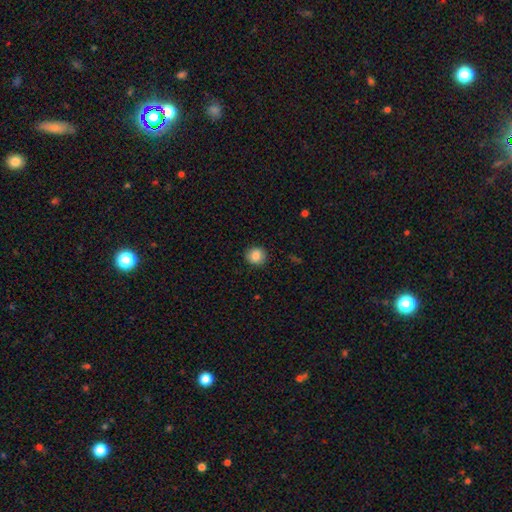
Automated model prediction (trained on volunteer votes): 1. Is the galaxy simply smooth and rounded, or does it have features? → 86% smooth, 9% star or artifact, 5% featured or disk.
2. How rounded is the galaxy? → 88% round, 11% in between, 1% cigar-shaped.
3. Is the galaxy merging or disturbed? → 89% none, 8% minor disturbance, 2% major disturbance, 1% merger.